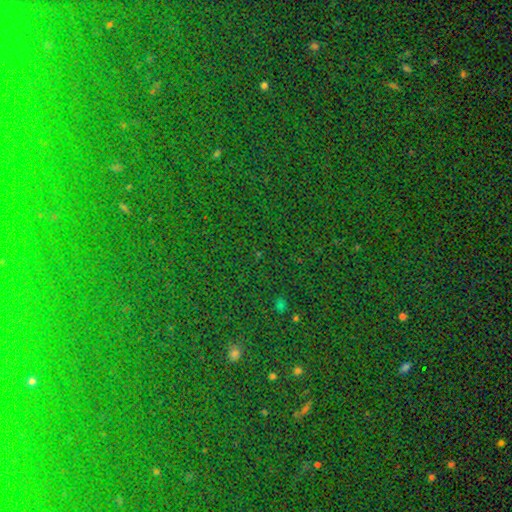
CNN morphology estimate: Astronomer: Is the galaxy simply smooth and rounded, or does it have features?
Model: star or artifact — 78%.